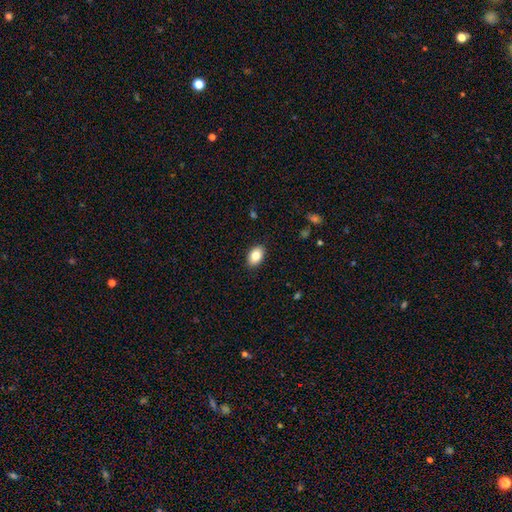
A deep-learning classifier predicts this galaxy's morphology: A smooth galaxy with no disk features (84%) that is in between round and cigar-shaped (88%).

Vote fractions:
- Smooth or featured? smooth: 84% / featured or disk: 8% / star or artifact: 8%
- How rounded? in between: 88% / round: 11% / cigar-shaped: 1%
- Merging? none: 89% / minor disturbance: 8% / major disturbance: 2% / merger: 1%